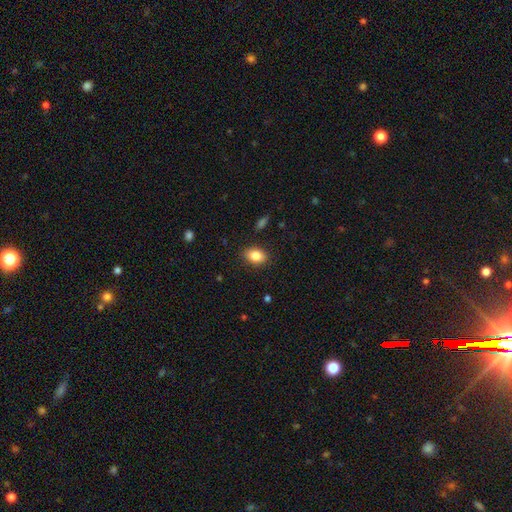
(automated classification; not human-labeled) Morphology: type=smooth (85%); roundness=in between (79%); merging=none (87%).